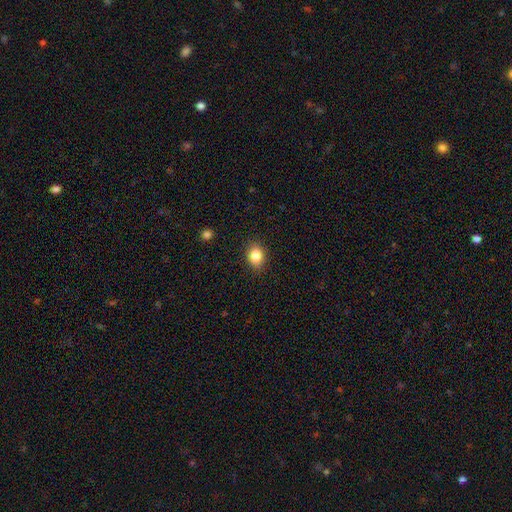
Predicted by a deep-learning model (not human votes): Smooth or featured? smooth (84%)
How rounded? in between (54%)
Merging? none (88%)